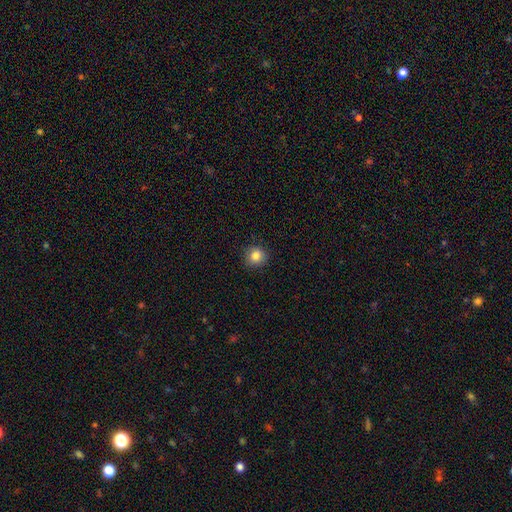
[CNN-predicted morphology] A smooth galaxy with no disk features (84%) that is round (88%).

Vote fractions:
- Smooth or featured? smooth: 84% / star or artifact: 10% / featured or disk: 6%
- How rounded? round: 88% / in between: 11% / cigar-shaped: 1%
- Merging? none: 89% / minor disturbance: 8% / major disturbance: 2% / merger: 1%